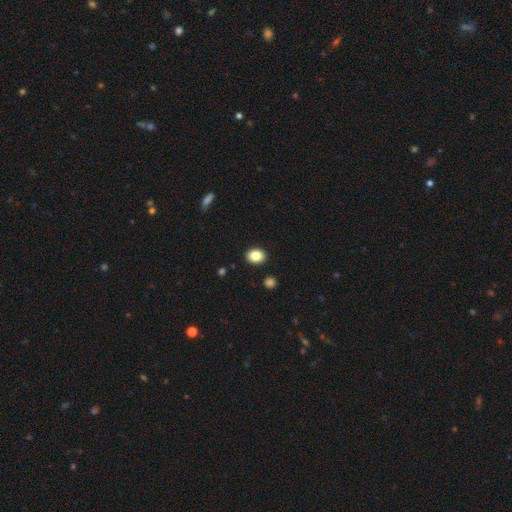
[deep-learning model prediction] This appears to be a smooth galaxy with no disk features (85%) that is in between round and cigar-shaped (61%). Merging: none (90%).